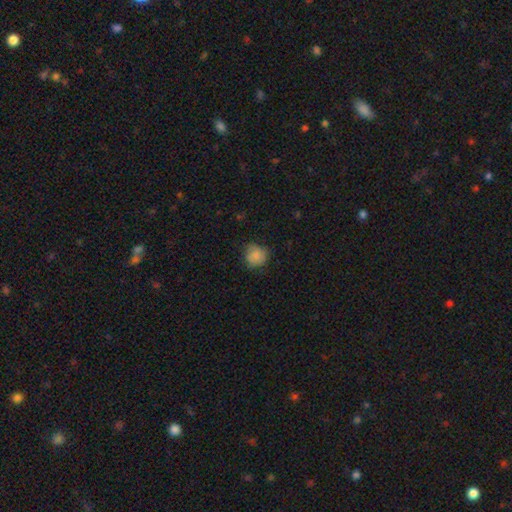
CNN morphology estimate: This appears to be a smooth galaxy with no disk features (83%) that is round (83%). Merging: none (70%).